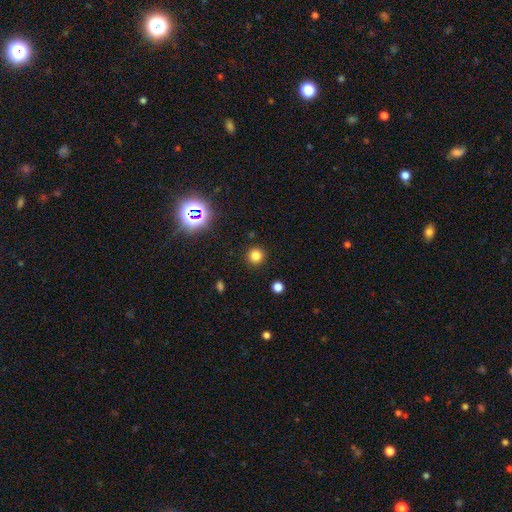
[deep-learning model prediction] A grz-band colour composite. It shows a smooth galaxy with no disk features (79%) that is round (94%). Merging: none (91%).